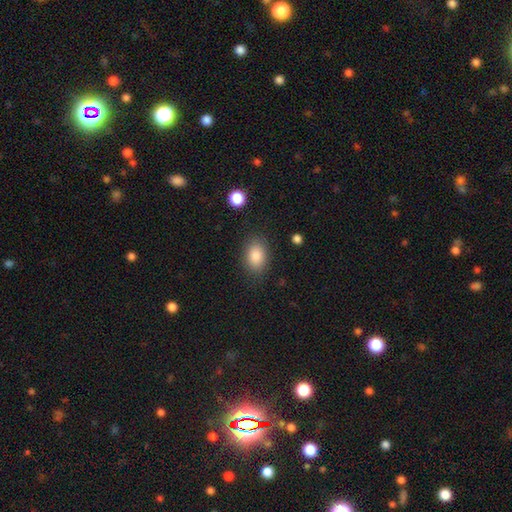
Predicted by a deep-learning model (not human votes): smooth 85%, star or artifact 8%, featured or disk 7%. Down the decision tree: how rounded — in between (81%); merging — none (84%).